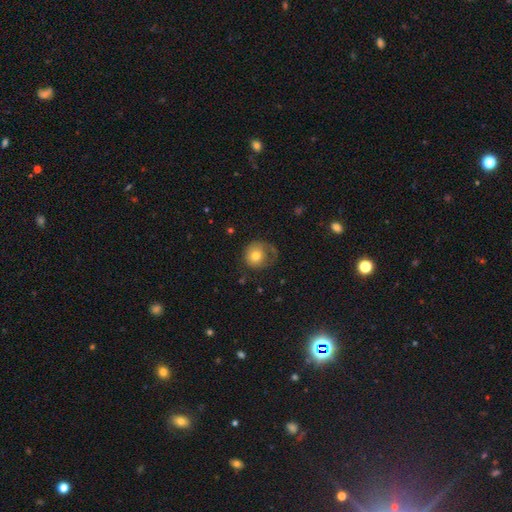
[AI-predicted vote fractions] Q: Smooth or featured?
A: smooth (69%); runner-up: featured or disk (23%)
Q: How rounded?
A: round (87%); runner-up: in between (12%)
Q: Merging?
A: none (47%); runner-up: major disturbance (26%)